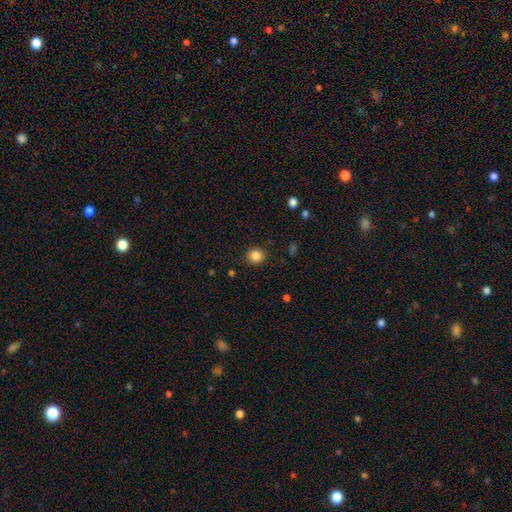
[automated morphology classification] Smooth or featured? smooth (85%)
How rounded? round (83%)
Merging? none (88%)